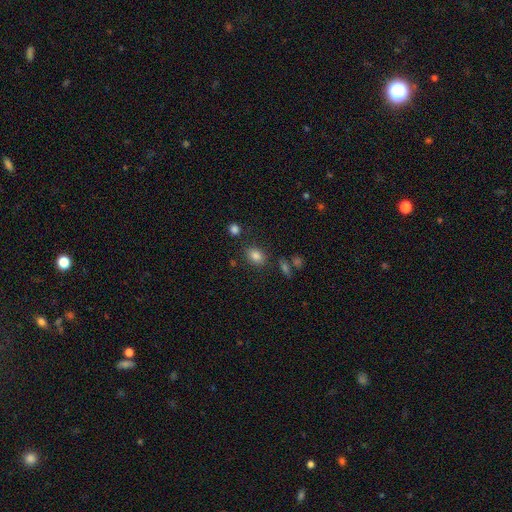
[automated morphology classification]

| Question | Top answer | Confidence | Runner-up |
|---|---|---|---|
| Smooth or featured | smooth | 83% | star or artifact (11%) |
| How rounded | in between | 66% | round (33%) |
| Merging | none | 79% | minor disturbance (12%) |